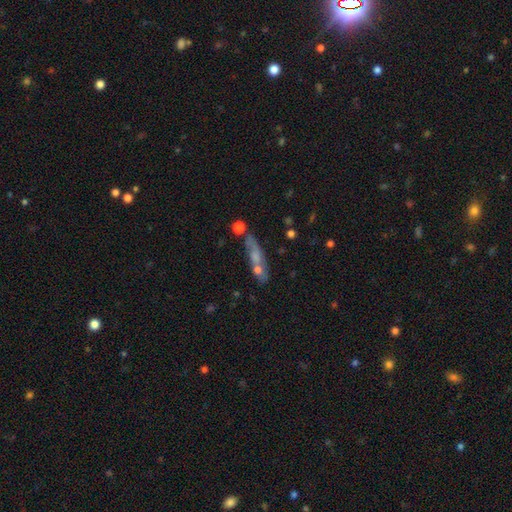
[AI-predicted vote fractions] smooth_or_featured: smooth (p=0.50) [alt: featured or disk p=0.39]
merging: none (p=0.52) [alt: minor disturbance p=0.19]